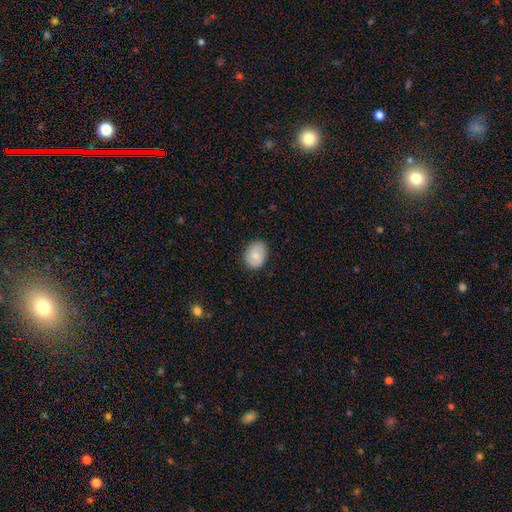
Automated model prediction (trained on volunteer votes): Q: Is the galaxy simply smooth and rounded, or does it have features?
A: smooth — 72%.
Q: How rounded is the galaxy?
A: in between — 53%.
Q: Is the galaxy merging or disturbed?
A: none — 82%.